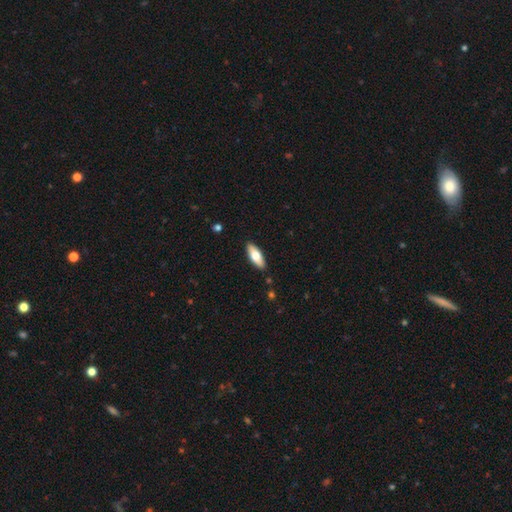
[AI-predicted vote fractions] smooth_or_featured: smooth (p=0.67) [alt: featured or disk p=0.27]
how_rounded: in between (p=0.72) [alt: cigar-shaped p=0.26]
merging: none (p=0.90) [alt: minor disturbance p=0.08]